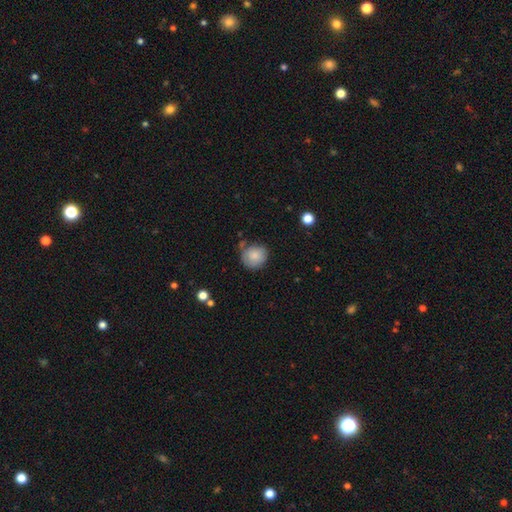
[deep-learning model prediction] Morphology: type=smooth (85%); roundness=round (83%); merging=none (69%).